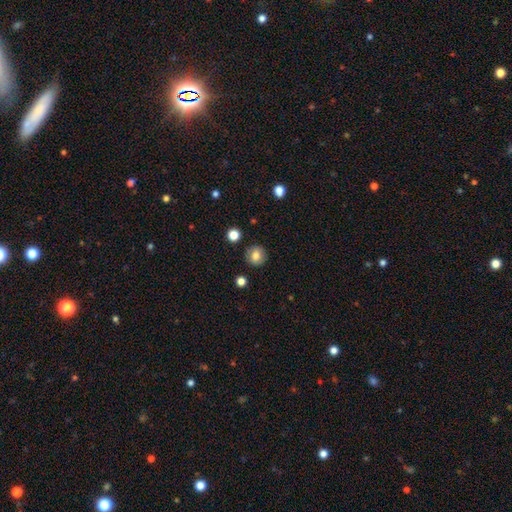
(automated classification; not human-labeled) Smooth or featured: smooth — 79% (featured or disk — 11%)
How rounded: round — 91% (in between — 8%)
Merging: none — 88% (minor disturbance — 8%)